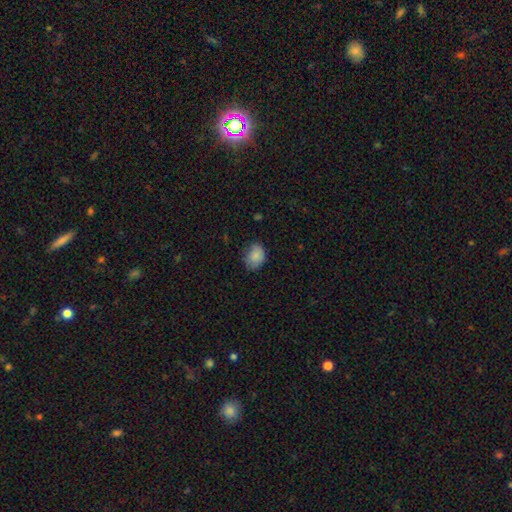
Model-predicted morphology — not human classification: Smooth or featured? smooth (86%)
How rounded? in between (65%)
Merging? none (70%)